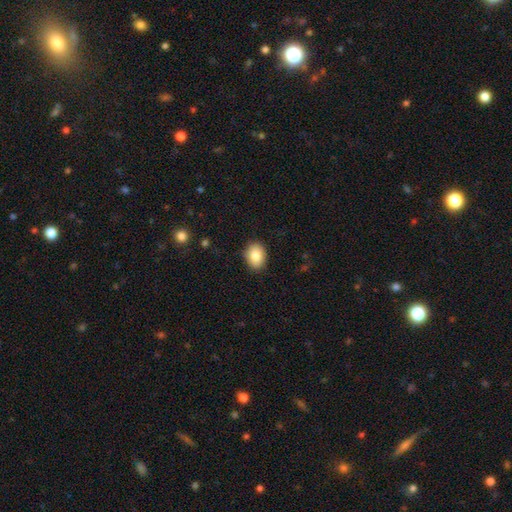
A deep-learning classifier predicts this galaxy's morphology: Smooth or featured? smooth (83%)
How rounded? in between (68%)
Merging? none (88%)